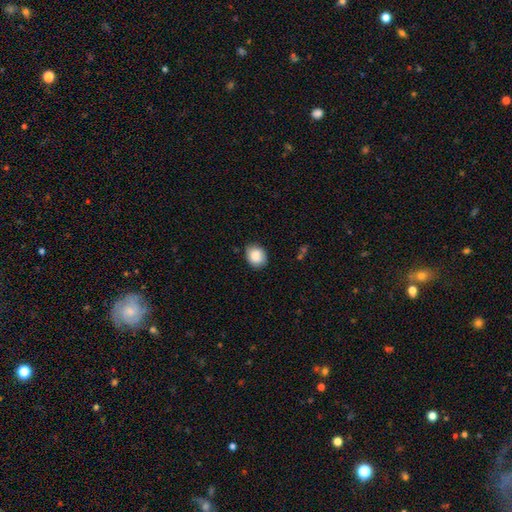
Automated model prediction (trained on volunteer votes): This is clearly a smooth galaxy (87%). How rounded: possibly round (55%). Merging: clearly none (81%).